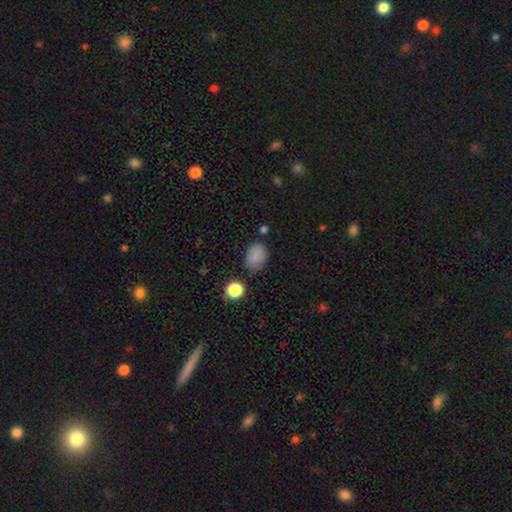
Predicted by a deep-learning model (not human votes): Morphology: type=smooth (85%); roundness=in between (72%); merging=none (77%).